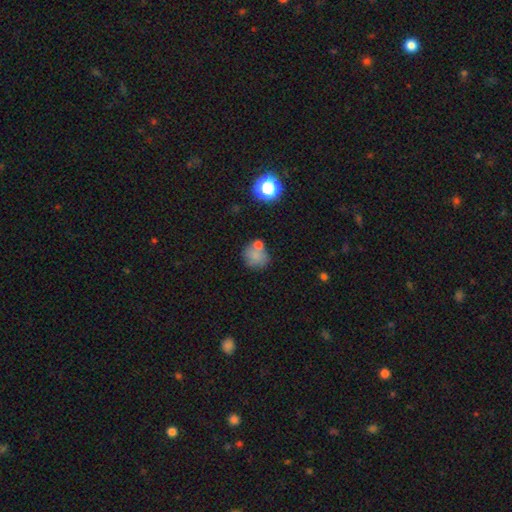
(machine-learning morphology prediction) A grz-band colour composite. It shows a smooth galaxy with no disk features (71%) that is round (80%). Merging: none (54%).